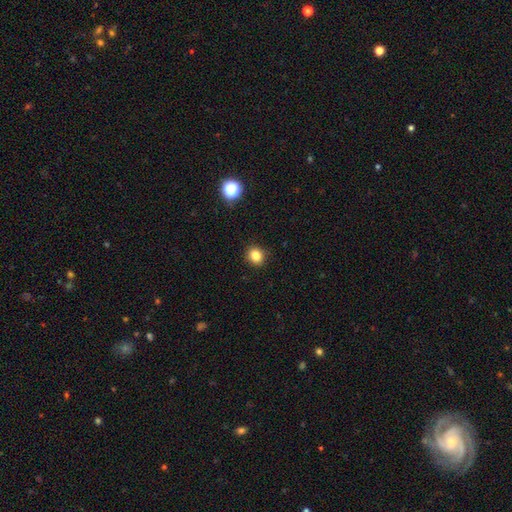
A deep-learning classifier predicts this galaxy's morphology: Smooth or featured? smooth (83%)
How rounded? round (79%)
Merging? none (91%)